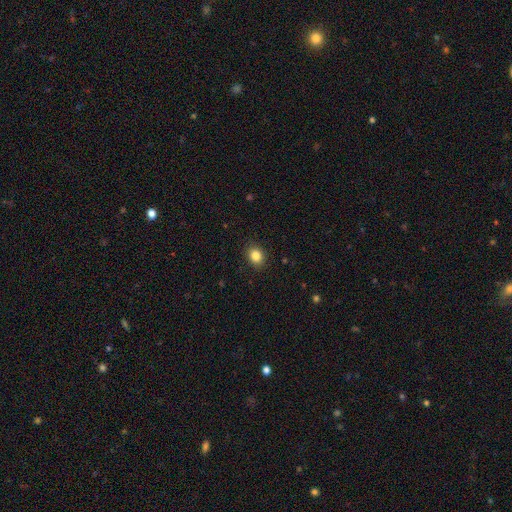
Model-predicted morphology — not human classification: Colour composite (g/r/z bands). It shows a smooth galaxy with no disk features (85%) that is round (57%). Merging: none (90%).